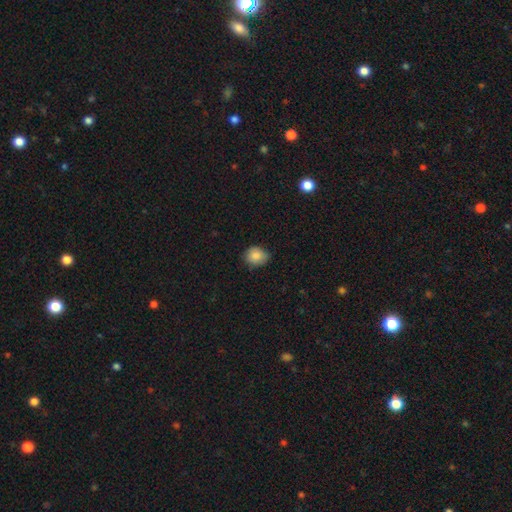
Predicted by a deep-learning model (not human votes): smooth_or_featured: smooth (p=0.85) [alt: star or artifact p=0.08]
how_rounded: round (p=0.63) [alt: in between p=0.36]
merging: none (p=0.70) [alt: minor disturbance p=0.25]